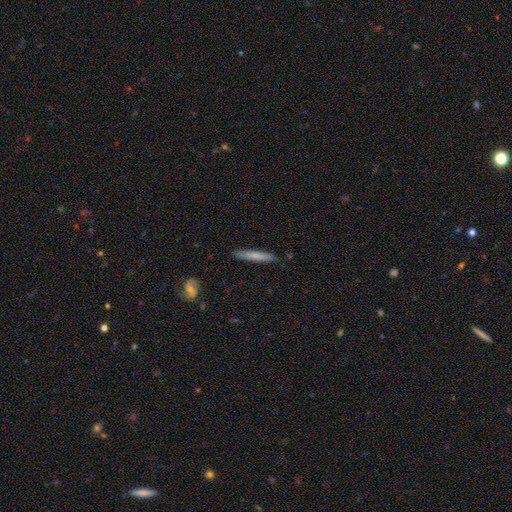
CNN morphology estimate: Smooth or featured: smooth — 69% (featured or disk — 25%)
How rounded: cigar-shaped — 96% (in between — 3%)
Merging: none — 88% (minor disturbance — 9%)